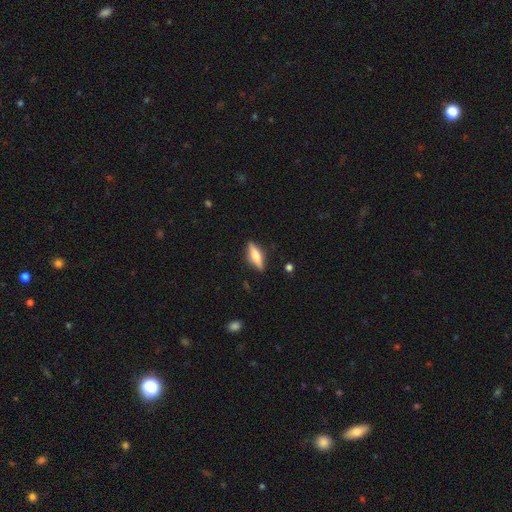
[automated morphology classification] type=smooth (48%); merging=none (86%).